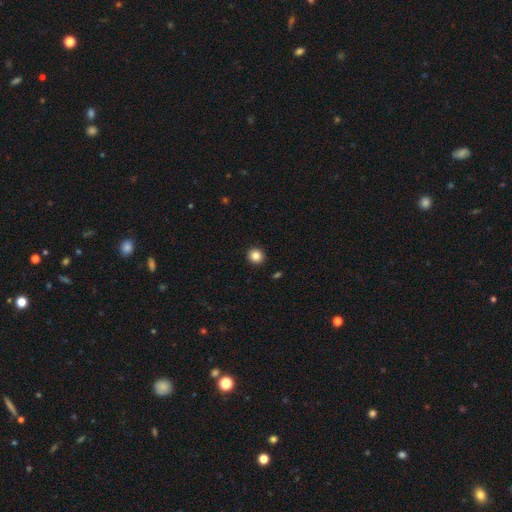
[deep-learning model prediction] This appears to be a smooth galaxy with no disk features (85%) that is round (91%). Merging: none (93%).